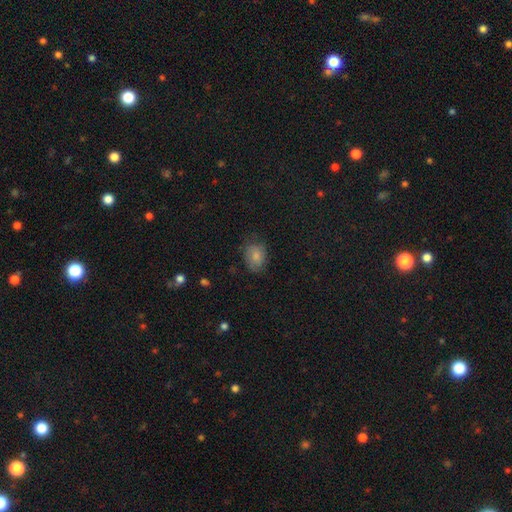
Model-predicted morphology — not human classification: A smooth galaxy with no disk features (78%) that is in between round and cigar-shaped (64%).

Vote fractions:
- Smooth or featured? smooth: 78% / featured or disk: 13% / star or artifact: 9%
- How rounded? in between: 64% / round: 35% / cigar-shaped: 1%
- Merging? none: 68% / minor disturbance: 24% / major disturbance: 7% / merger: 1%